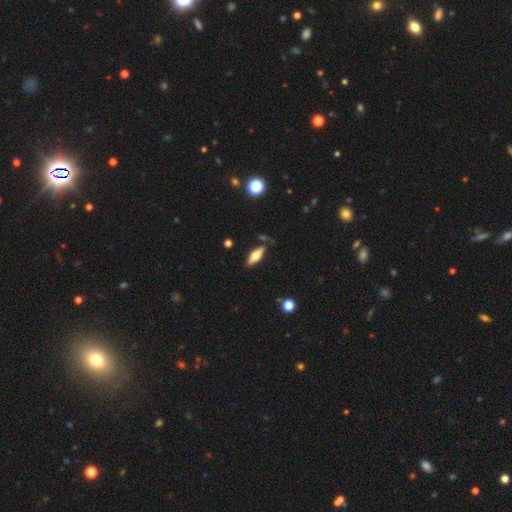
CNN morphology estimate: type=smooth (51%); roundness=in between (60%); merging=none (79%).